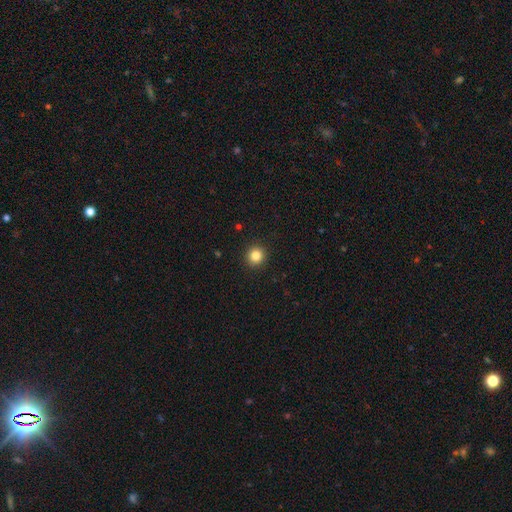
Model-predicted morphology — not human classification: A smooth galaxy with no disk features (84%) that is round (93%).

Vote fractions:
- Smooth or featured? smooth: 84% / star or artifact: 11% / featured or disk: 5%
- How rounded? round: 93% / in between: 6% / cigar-shaped: 1%
- Merging? none: 93% / minor disturbance: 5% / major disturbance: 2% / merger: 1%